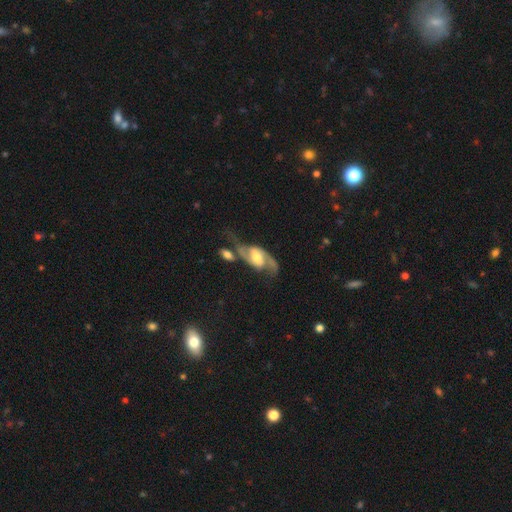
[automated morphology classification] Smooth or featured: featured or disk — 88% (smooth — 6%)
Edge-on disk: no — 95% (yes — 5%)
Bar: weak — 46% (no — 31%)
Spiral arms: yes — 97% (no — 3%)
Spiral winding: medium — 50% (loose — 32%)
Spiral arm count: 2 — 92% (can't tell — 3%)
Bulge size: moderate — 59% (small — 25%)
Merging: none — 54% (merger — 17%)